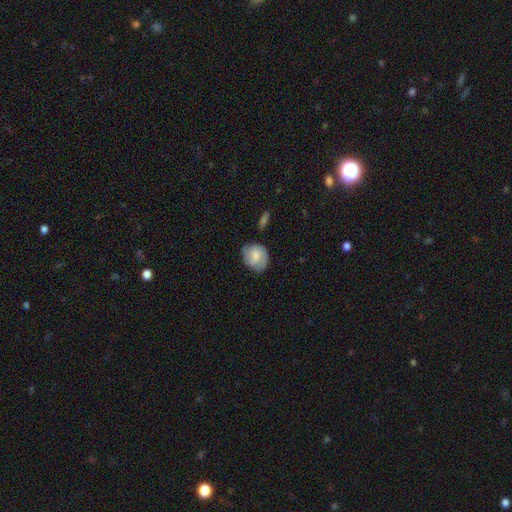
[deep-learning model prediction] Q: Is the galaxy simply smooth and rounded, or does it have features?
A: smooth — 57%.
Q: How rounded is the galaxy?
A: round — 67%.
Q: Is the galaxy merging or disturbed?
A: none — 66%.